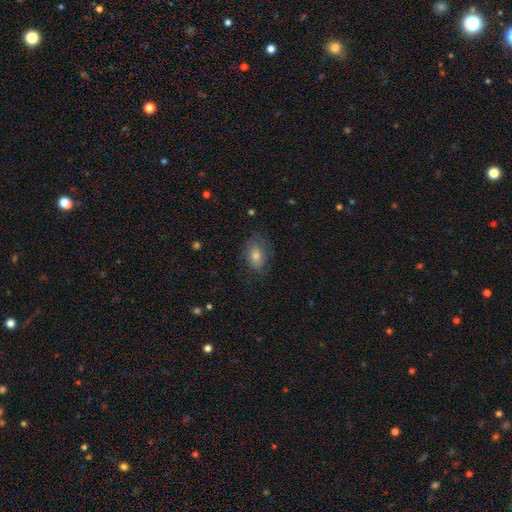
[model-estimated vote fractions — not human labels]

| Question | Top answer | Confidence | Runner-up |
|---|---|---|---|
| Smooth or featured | smooth | 68% | featured or disk (20%) |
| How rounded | in between | 79% | round (19%) |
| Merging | none | 73% | minor disturbance (19%) |